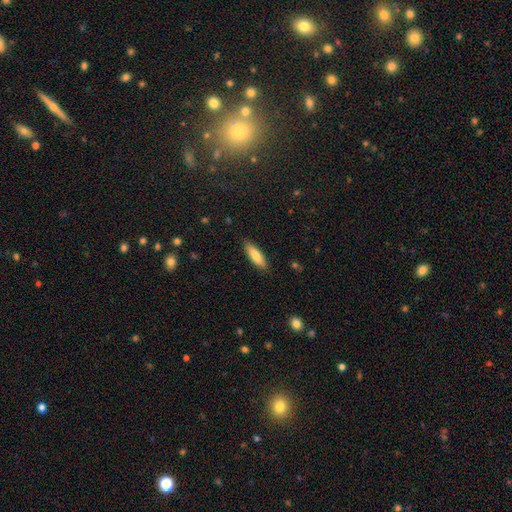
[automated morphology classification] The model was most divided on "how rounded": cigar-shaped: 53%, in between: 45%, round: 2%. More confident: merging — none (88%); smooth or featured — smooth (81%).